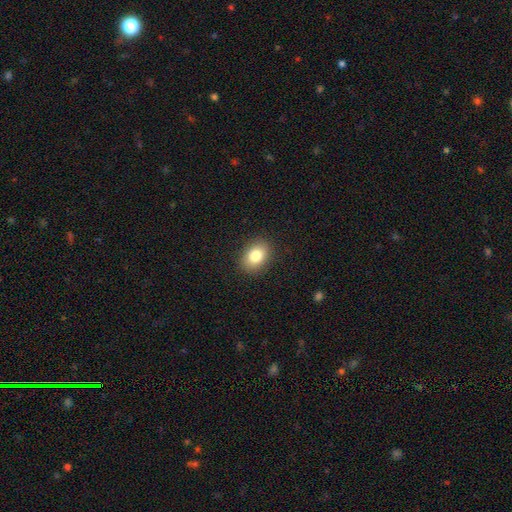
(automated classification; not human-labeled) A smooth galaxy with no disk features (82%) that is in between round and cigar-shaped (69%).

Vote fractions:
- Smooth or featured? smooth: 82% / star or artifact: 9% / featured or disk: 9%
- How rounded? in between: 69% / round: 30% / cigar-shaped: 1%
- Merging? none: 89% / minor disturbance: 8% / major disturbance: 2% / merger: 1%